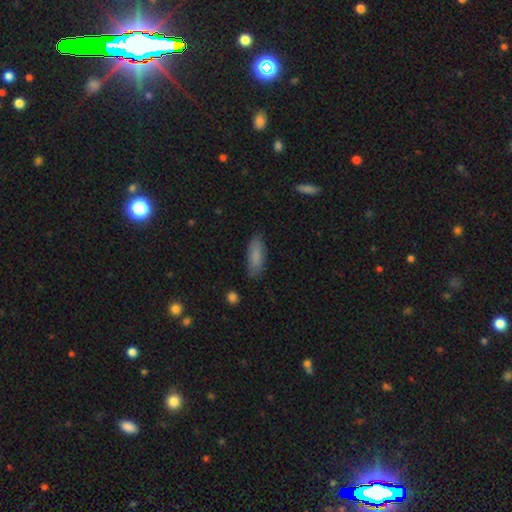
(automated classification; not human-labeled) Morphology: type=smooth (84%); roundness=in between (68%); merging=none (80%).